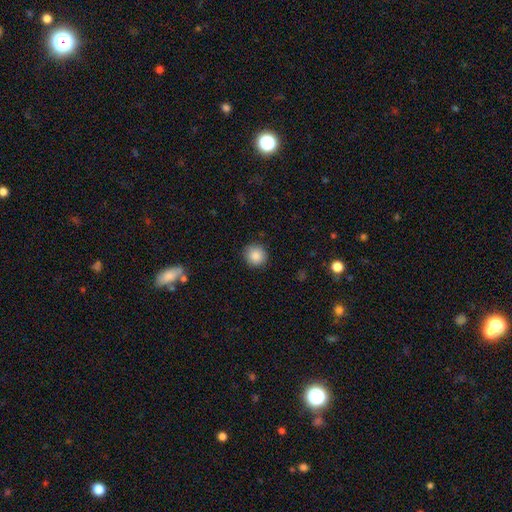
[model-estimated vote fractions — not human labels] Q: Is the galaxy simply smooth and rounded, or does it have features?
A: smooth — 87%.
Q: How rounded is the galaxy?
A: round — 93%.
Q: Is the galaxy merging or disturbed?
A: none — 90%.